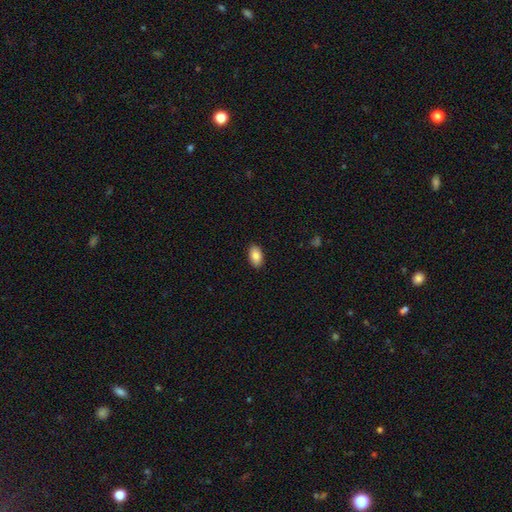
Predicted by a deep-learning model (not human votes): Smooth or featured? smooth (86%)
How rounded? in between (93%)
Merging? none (90%)